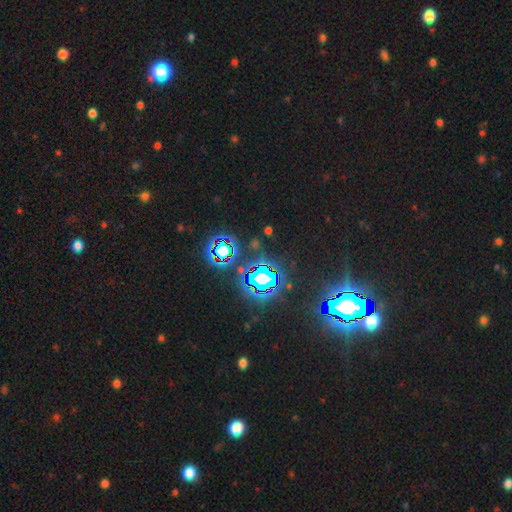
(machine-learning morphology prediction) Smooth or featured? Predicted: star or artifact (p=0.83).